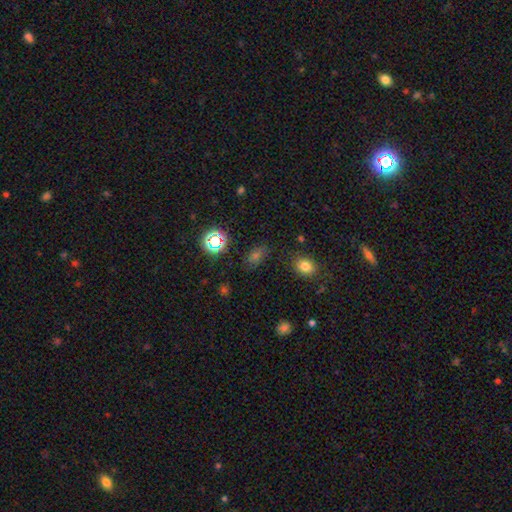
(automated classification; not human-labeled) Smooth or featured?
  - smooth: 53% *
  - star or artifact: 36%
  - featured or disk: 10%
How rounded?
  - in between: 72% *
  - round: 25%
  - cigar-shaped: 3%
Merging?
  - none: 78% *
  - minor disturbance: 14%
  - major disturbance: 5%
  - merger: 3%